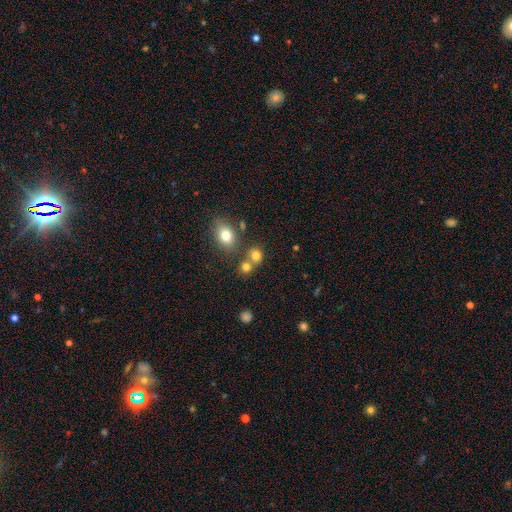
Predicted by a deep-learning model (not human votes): This appears to be a smooth galaxy with no disk features (77%) that is round (74%). Merging: none (56%).